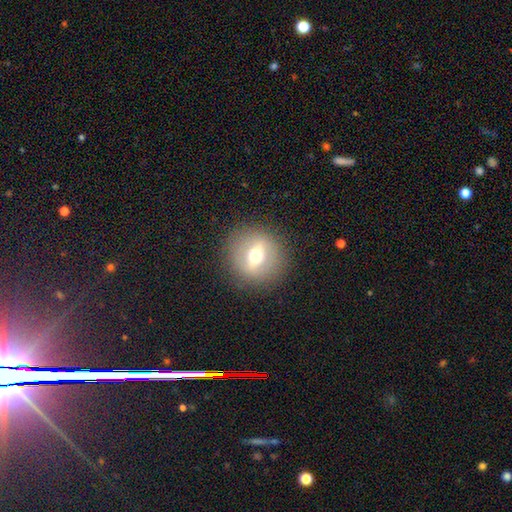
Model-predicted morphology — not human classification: Q: Smooth or featured?
A: featured or disk (49%); runner-up: smooth (41%)
Q: Merging?
A: none (88%); runner-up: minor disturbance (8%)